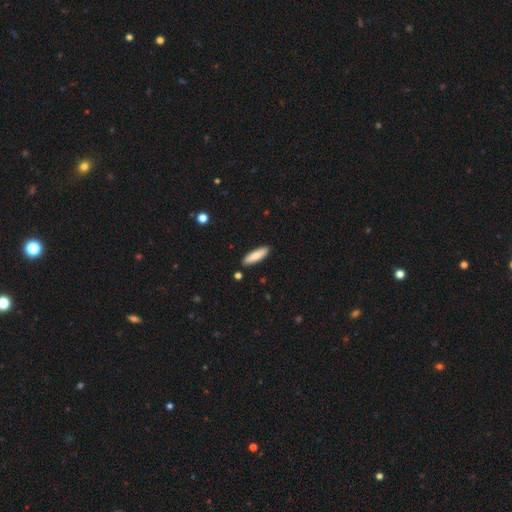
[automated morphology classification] Smooth or featured? smooth (79%)
How rounded? cigar-shaped (60%)
Merging? none (89%)